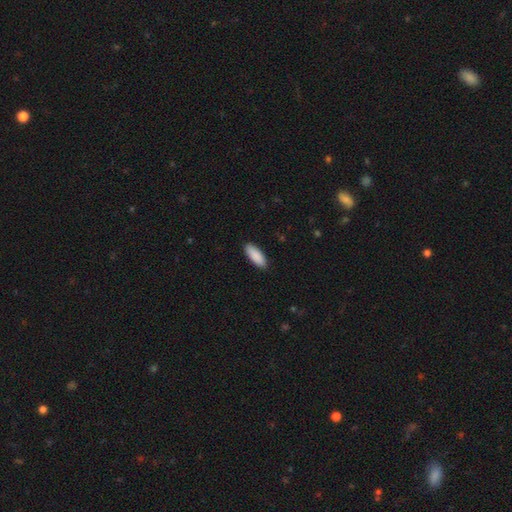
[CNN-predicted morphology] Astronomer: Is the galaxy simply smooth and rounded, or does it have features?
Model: smooth — 91%.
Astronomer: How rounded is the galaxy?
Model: in between — 72%.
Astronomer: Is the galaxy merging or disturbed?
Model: none — 90%.